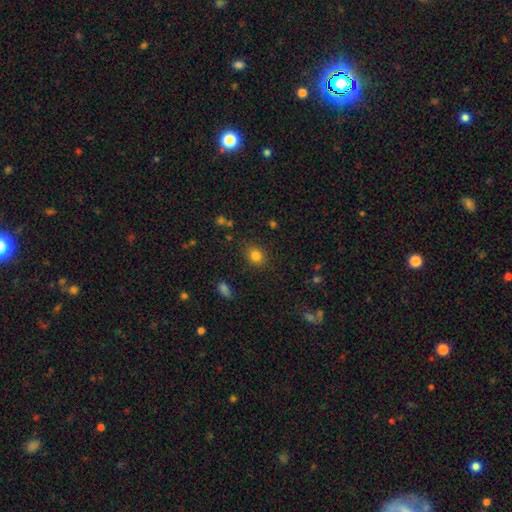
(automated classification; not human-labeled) Overall: smooth (82%). How rounded: round (61%; in between 38%). Merging: none (84%).